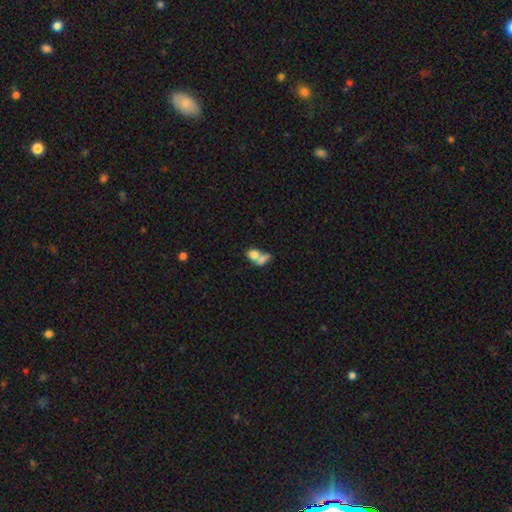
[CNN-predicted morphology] Smooth or featured? smooth (75%)
How rounded? in between (66%)
Merging? merger (67%)